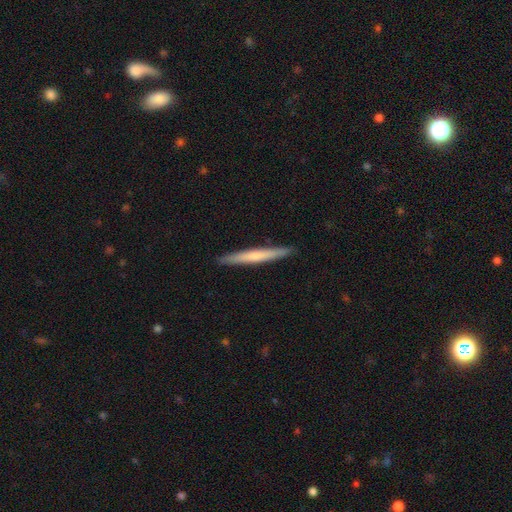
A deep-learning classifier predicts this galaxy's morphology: This is possibly a smooth galaxy (55%). How rounded: clearly cigar-shaped (97%). Merging: clearly none (91%).